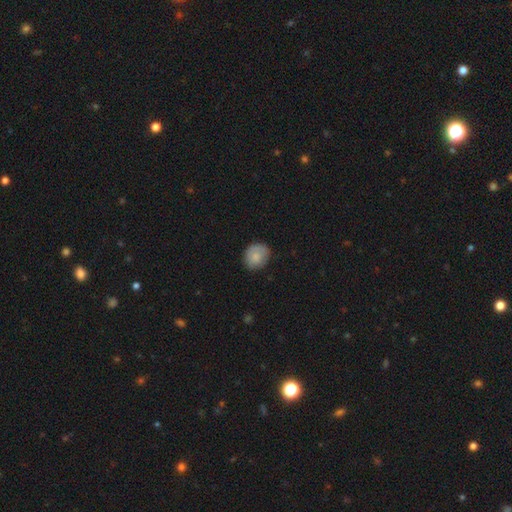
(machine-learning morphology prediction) Smooth or featured?
  - smooth: 79% *
  - featured or disk: 14%
  - star or artifact: 7%
How rounded?
  - round: 70% *
  - in between: 29%
  - cigar-shaped: 1%
Merging?
  - none: 76% *
  - minor disturbance: 18%
  - major disturbance: 4%
  - merger: 1%